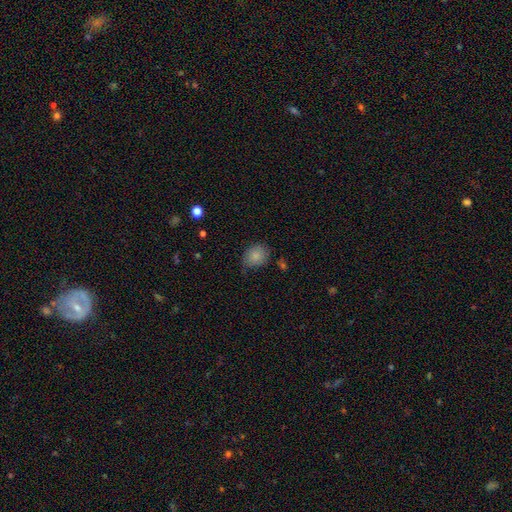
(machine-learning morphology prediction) Smooth or featured? Predicted: smooth (p=0.84). How rounded? Predicted: round (p=0.61). Merging? Predicted: none (p=0.66).